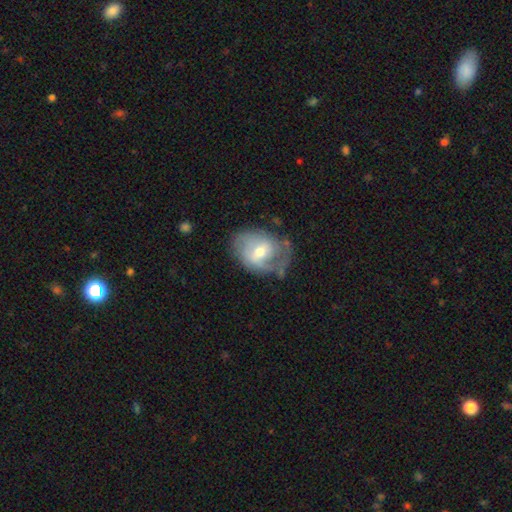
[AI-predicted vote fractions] This is likely a featured or disk galaxy (70%). It is clearly not viewed edge-on (96%). Bar: possibly weak (51%). Spiral arm pattern: clearly yes (82%). Spiral arm count: possibly 2 (50%). Spiral winding: marginally medium (41%). Central bulge: likely moderate (61%). Merging: possibly none (54%).